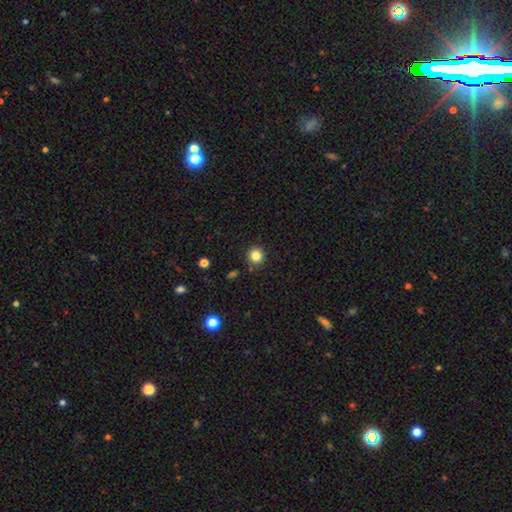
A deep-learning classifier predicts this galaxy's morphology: Smooth or featured?
  - smooth: 83% *
  - star or artifact: 11%
  - featured or disk: 5%
How rounded?
  - round: 94% *
  - in between: 5%
  - cigar-shaped: 1%
Merging?
  - none: 89% *
  - minor disturbance: 6%
  - merger: 2%
  - major disturbance: 2%